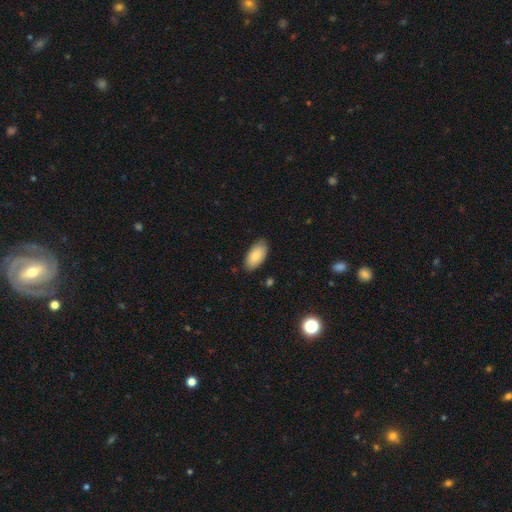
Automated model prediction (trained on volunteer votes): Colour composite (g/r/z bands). It shows a smooth galaxy with no disk features (84%) that is in between round and cigar-shaped (95%). Merging: none (82%).